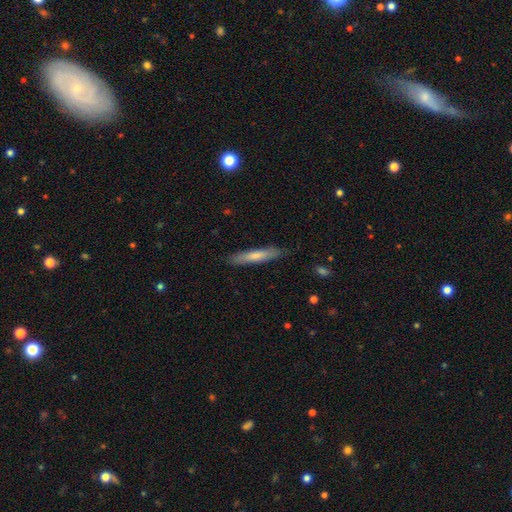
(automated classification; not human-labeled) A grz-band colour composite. It shows a smooth galaxy with no disk features (70%) that is cigar-shaped (91%). Merging: none (86%).